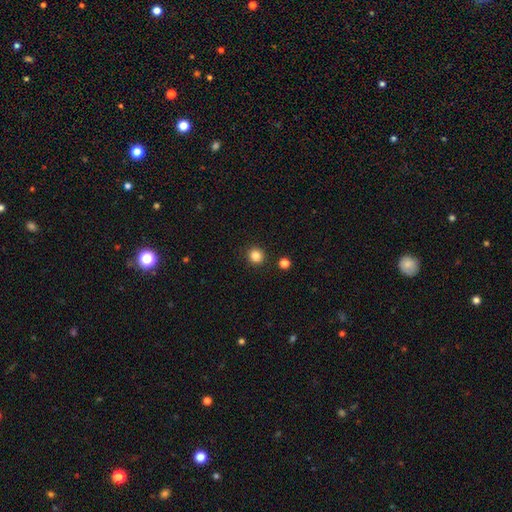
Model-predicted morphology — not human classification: smooth-or-featured: smooth: 84% | star or artifact: 12% | featured or disk: 4%
  how-rounded: round: 92% | in between: 7% | cigar-shaped: 1%
  merging: none: 91% | minor disturbance: 5% | merger: 2% | major disturbance: 2%